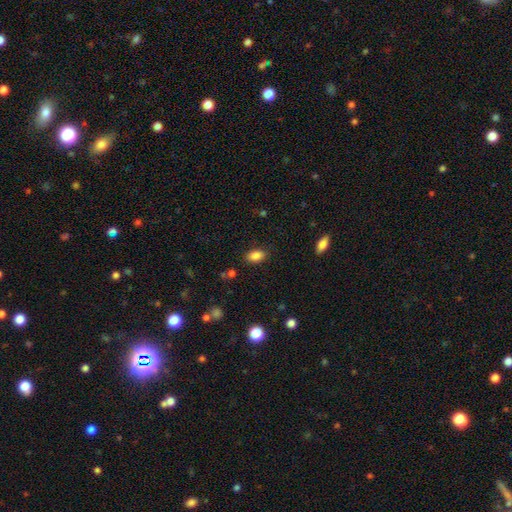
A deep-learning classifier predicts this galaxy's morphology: Smooth or featured? smooth (86%)
How rounded? in between (88%)
Merging? none (85%)